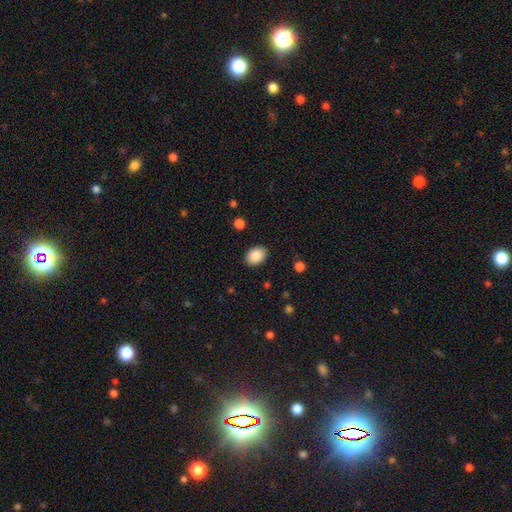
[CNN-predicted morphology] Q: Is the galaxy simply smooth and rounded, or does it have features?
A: smooth — 88%.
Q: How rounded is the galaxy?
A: in between — 75%.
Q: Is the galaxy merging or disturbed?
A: none — 88%.